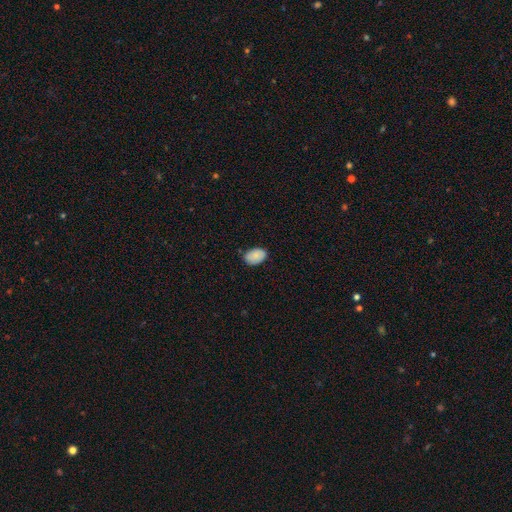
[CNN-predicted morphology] Smooth or featured? smooth (85%)
How rounded? in between (88%)
Merging? none (80%)